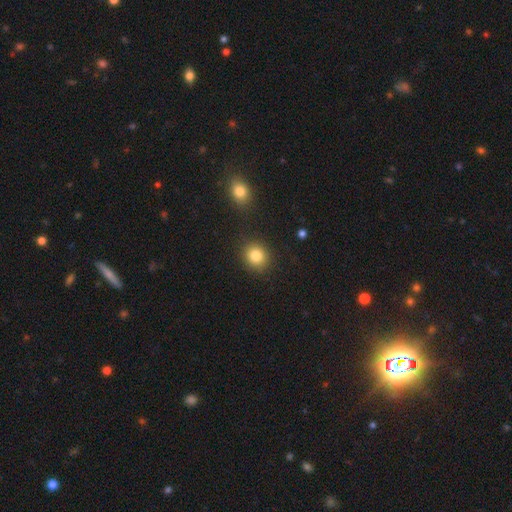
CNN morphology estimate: The model was most divided on "how rounded": round: 80%, in between: 19%, cigar-shaped: 1%. More confident: merging — none (86%); smooth or featured — smooth (84%).